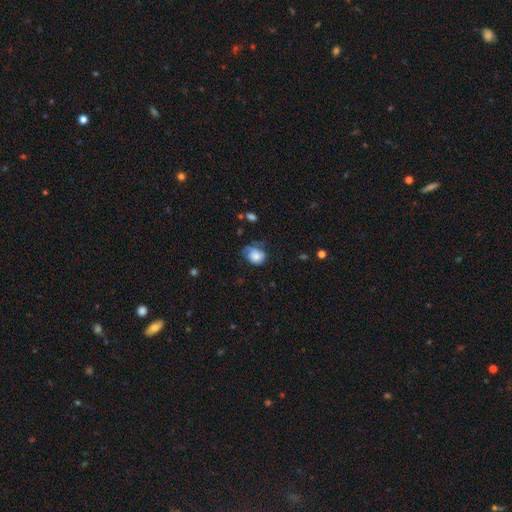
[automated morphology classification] smooth 66%, featured or disk 25%, star or artifact 8%. Down the decision tree: how rounded — round (51%); merging — none (39%).